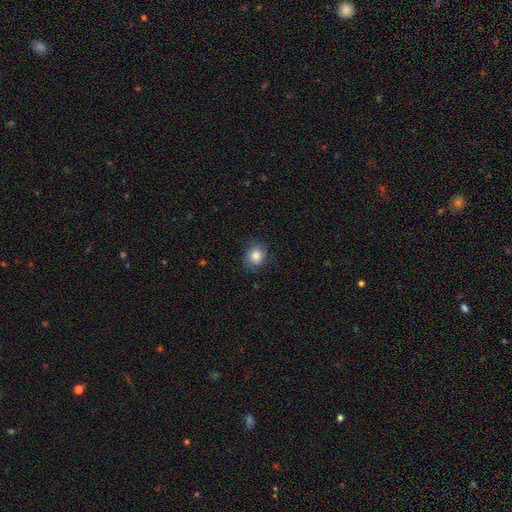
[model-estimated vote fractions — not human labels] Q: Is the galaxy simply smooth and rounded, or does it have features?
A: smooth — 84%.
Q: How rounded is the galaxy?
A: round — 73%.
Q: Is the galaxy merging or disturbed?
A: none — 80%.